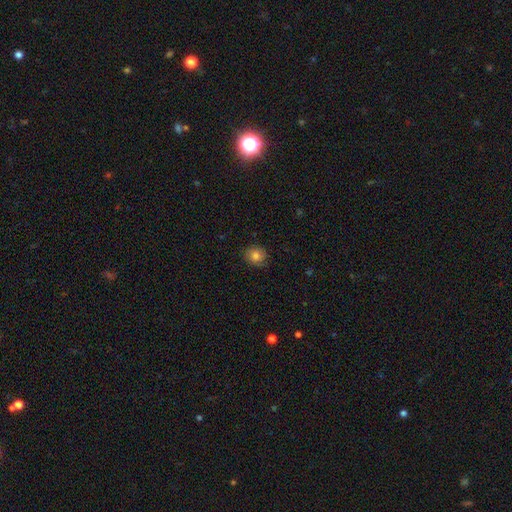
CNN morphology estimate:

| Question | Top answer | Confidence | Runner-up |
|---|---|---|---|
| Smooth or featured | smooth | 77% | featured or disk (13%) |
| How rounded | round | 80% | in between (19%) |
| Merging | none | 81% | minor disturbance (15%) |